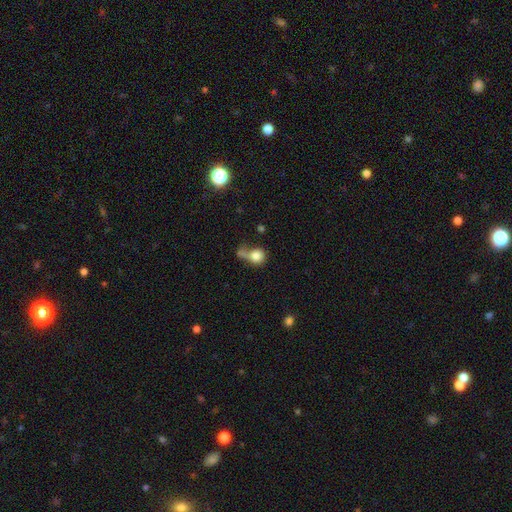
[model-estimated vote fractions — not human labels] Smooth or featured? Predicted: smooth (p=0.78). How rounded? Predicted: round (p=0.75). Merging? Predicted: none (p=0.32).